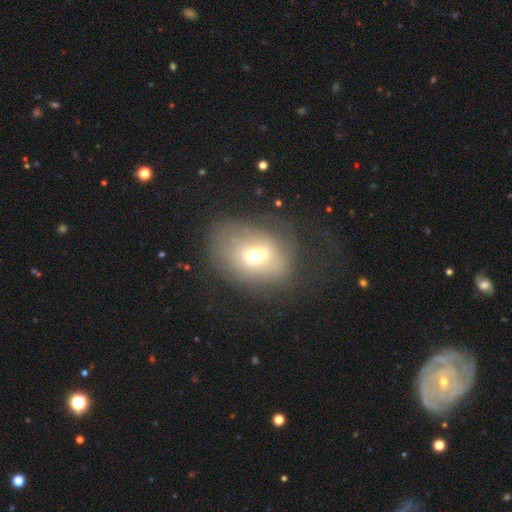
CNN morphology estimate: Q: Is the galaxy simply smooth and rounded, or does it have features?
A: smooth — 58%.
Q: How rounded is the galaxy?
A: in between — 54%.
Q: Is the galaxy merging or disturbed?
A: none — 52%.